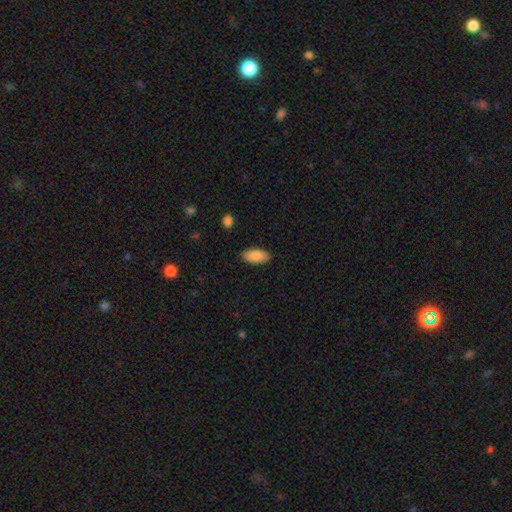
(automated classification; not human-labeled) A smooth galaxy with no disk features (87%) that is in between round and cigar-shaped (91%).

Vote fractions:
- Smooth or featured? smooth: 87% / featured or disk: 6% / star or artifact: 6%
- How rounded? in between: 91% / cigar-shaped: 7% / round: 2%
- Merging? none: 86% / minor disturbance: 10% / major disturbance: 2% / merger: 1%